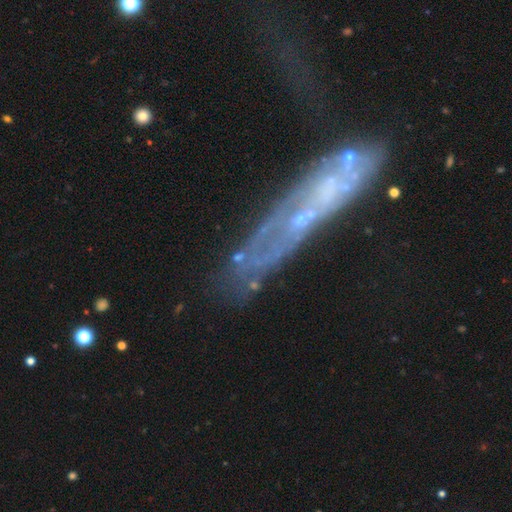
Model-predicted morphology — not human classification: This appears to be a featured or disk galaxy (68%). Merging: none (58%).